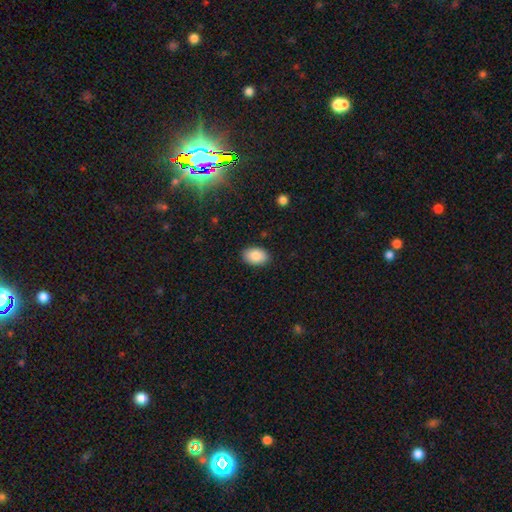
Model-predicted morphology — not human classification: Overall: smooth (88%). How rounded: in between (87%). Merging: none (88%).